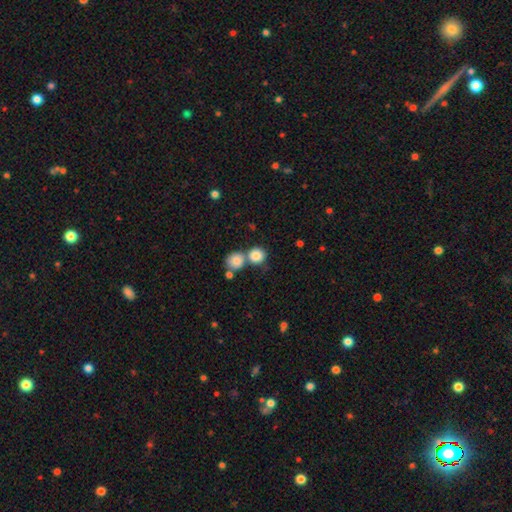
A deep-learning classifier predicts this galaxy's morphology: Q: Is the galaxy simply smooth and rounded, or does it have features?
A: smooth — 85%.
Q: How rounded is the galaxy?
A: round — 86%.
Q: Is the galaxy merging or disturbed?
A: none — 49%.